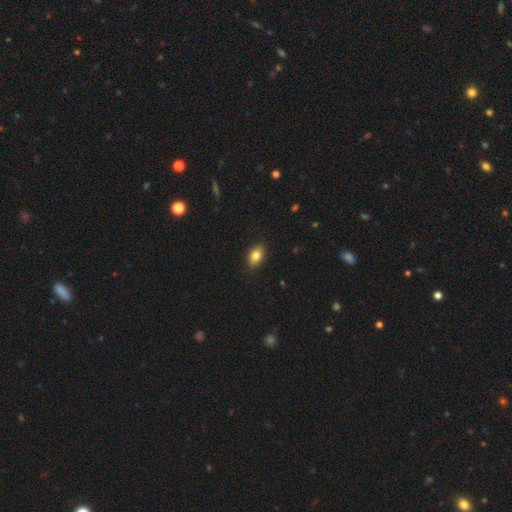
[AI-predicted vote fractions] The model was most divided on "smooth or featured": smooth: 83%, featured or disk: 9%, star or artifact: 8%. More confident: merging — none (88%); how rounded — in between (88%).